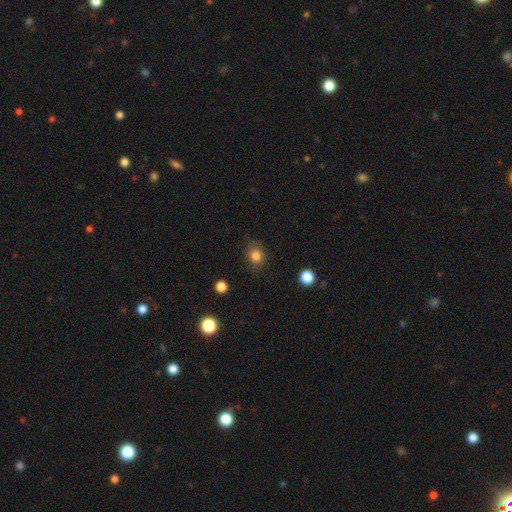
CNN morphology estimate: This is clearly a smooth galaxy (82%). How rounded: likely round (63%). Merging: likely none (79%).